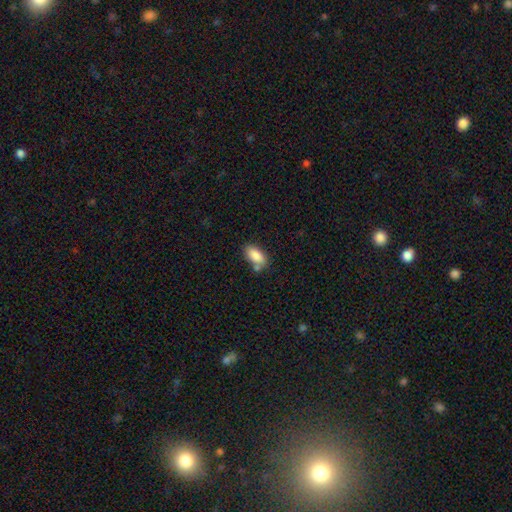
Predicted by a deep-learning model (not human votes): This is clearly a smooth galaxy (86%). How rounded: clearly in between (92%). Merging: likely none (63%).